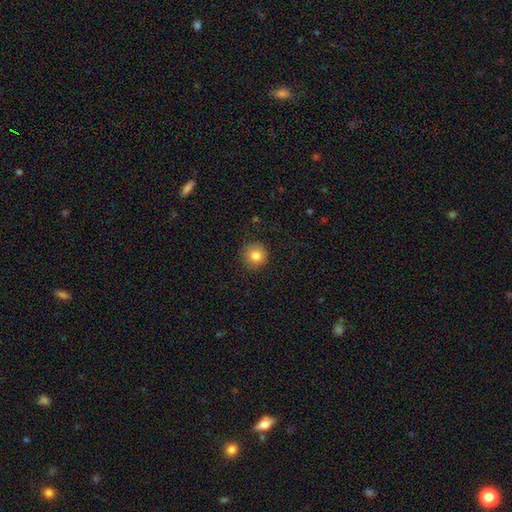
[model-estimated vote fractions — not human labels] smooth 83%, star or artifact 10%, featured or disk 8%. Down the decision tree: how rounded — round (94%); merging — none (88%).